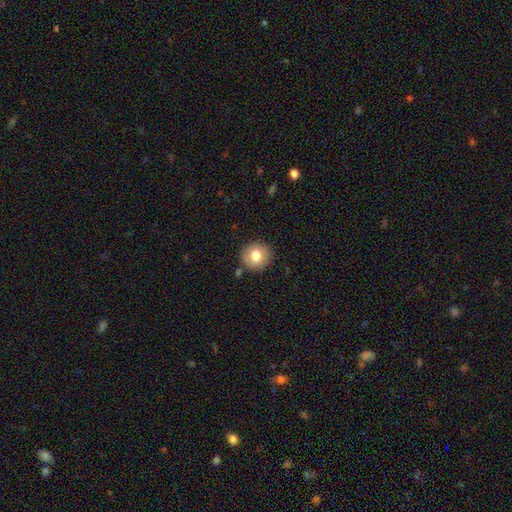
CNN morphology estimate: The model was most divided on "smooth or featured": smooth: 76%, featured or disk: 15%, star or artifact: 9%. More confident: merging — none (86%); how rounded — round (86%).